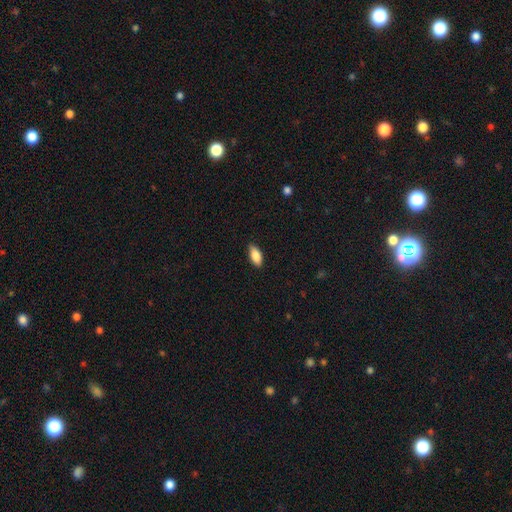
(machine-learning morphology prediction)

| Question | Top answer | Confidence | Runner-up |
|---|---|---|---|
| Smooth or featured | smooth | 87% | star or artifact (7%) |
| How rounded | in between | 88% | cigar-shaped (10%) |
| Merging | none | 83% | minor disturbance (13%) |